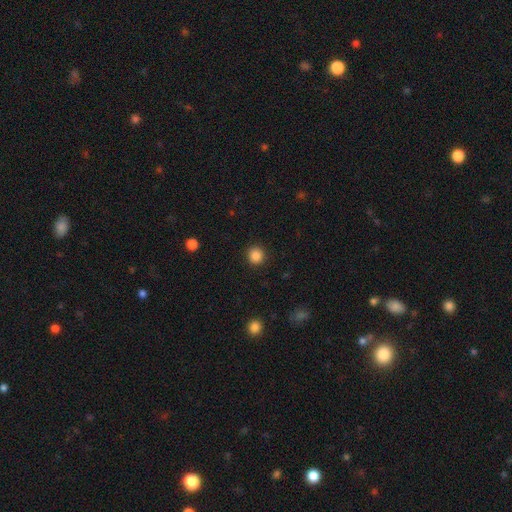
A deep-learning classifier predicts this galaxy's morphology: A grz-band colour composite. It shows a smooth galaxy with no disk features (86%) that is round (93%). Merging: none (92%).